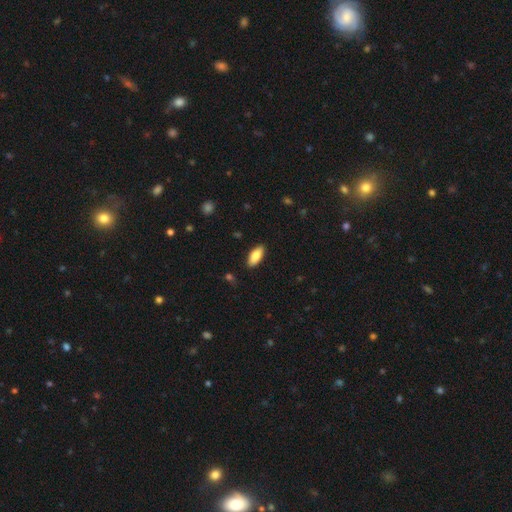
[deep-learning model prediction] Overall: smooth (84%). How rounded: in between (86%). Merging: none (87%).